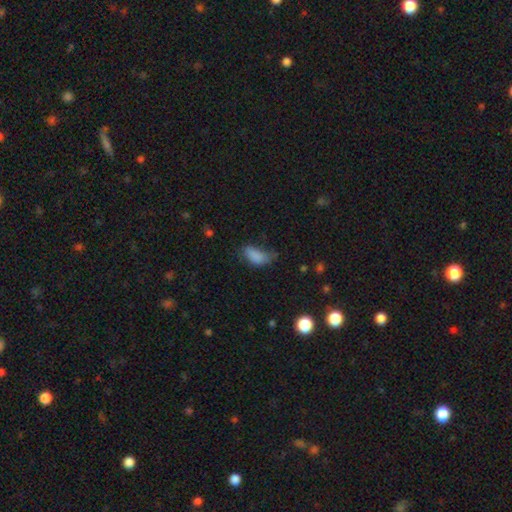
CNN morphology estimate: Smooth or featured: smooth — 81% (star or artifact — 10%)
How rounded: in between — 90% (cigar-shaped — 6%)
Merging: none — 37% (tied with minor disturbance — 37%)